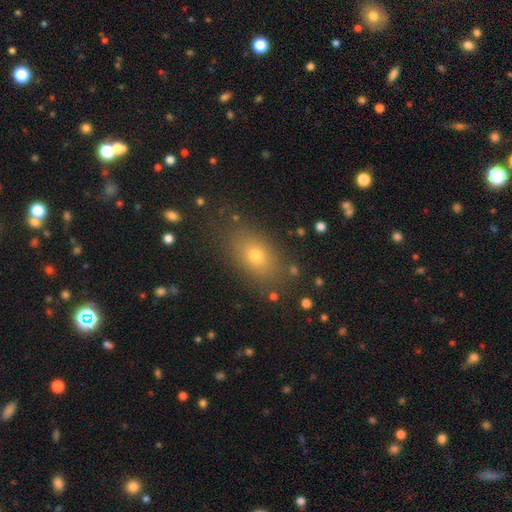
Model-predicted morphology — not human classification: This appears to be a smooth galaxy with no disk features (71%) that is in between round and cigar-shaped (79%). Merging: none (83%).